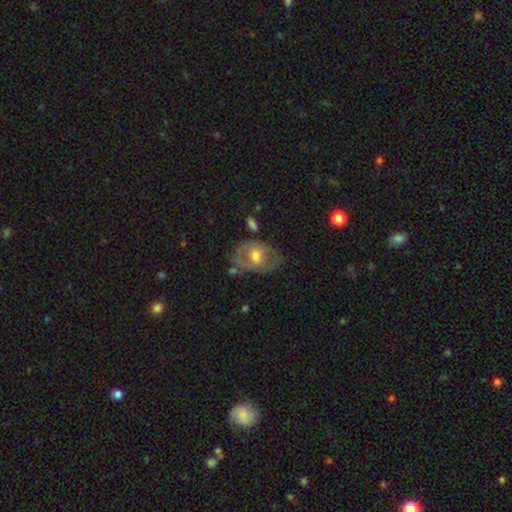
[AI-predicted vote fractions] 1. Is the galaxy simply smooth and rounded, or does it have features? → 53% featured or disk, 40% smooth, 7% star or artifact.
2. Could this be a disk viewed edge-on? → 94% no, 6% yes.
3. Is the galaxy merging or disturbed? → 49% none, 27% minor disturbance, 18% major disturbance, 6% merger.